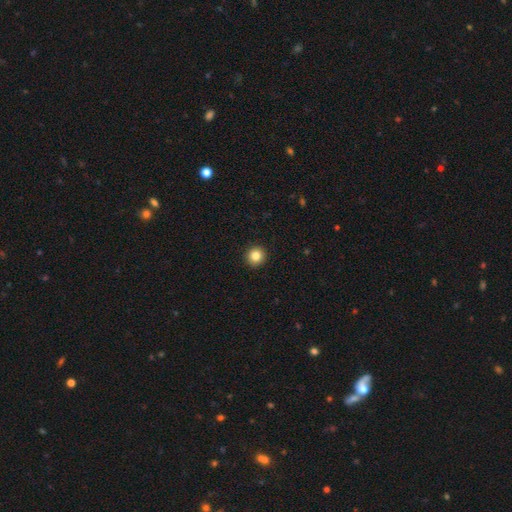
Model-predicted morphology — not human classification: Smooth or featured?
  - smooth: 83% *
  - star or artifact: 11%
  - featured or disk: 6%
How rounded?
  - round: 94% *
  - in between: 5%
  - cigar-shaped: 1%
Merging?
  - none: 94% *
  - minor disturbance: 4%
  - major disturbance: 1%
  - merger: 1%